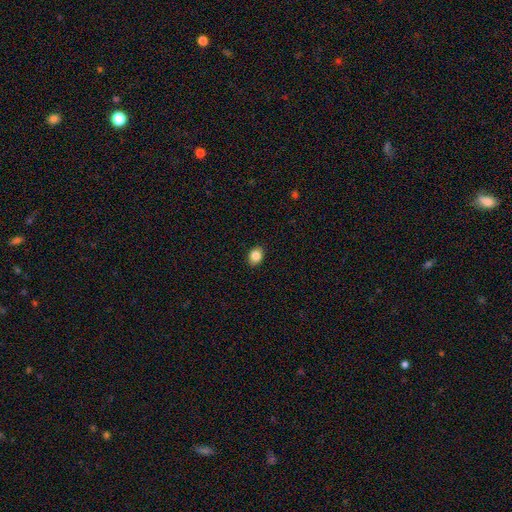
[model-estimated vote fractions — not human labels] This appears to be a smooth galaxy with no disk features (86%) that is in between round and cigar-shaped (58%). Merging: none (90%).